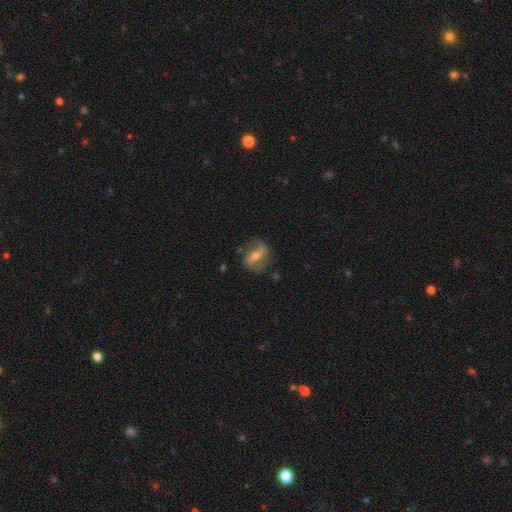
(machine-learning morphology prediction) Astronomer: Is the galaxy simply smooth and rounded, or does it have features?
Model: featured or disk — 65%.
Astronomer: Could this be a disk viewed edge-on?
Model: no — 95%.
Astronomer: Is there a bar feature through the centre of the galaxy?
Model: weak — 38% (runner-up: strong, 33%).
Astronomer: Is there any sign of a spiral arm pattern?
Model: yes — 81%.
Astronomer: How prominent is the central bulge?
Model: moderate — 54% (runner-up: small, 41%).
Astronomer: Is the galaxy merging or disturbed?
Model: none — 67%.